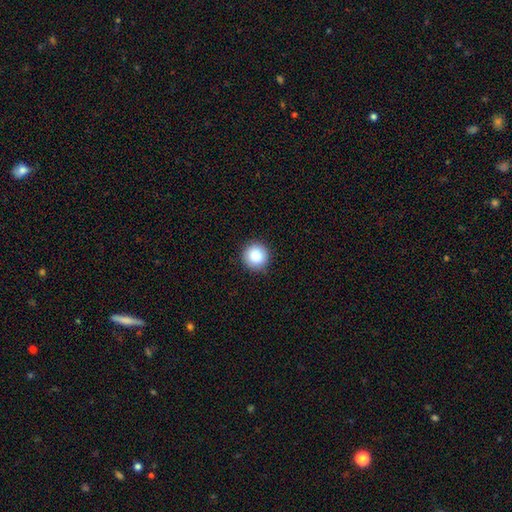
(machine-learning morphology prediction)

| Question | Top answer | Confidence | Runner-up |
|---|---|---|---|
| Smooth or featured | smooth | 88% | star or artifact (8%) |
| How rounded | round | 95% | in between (4%) |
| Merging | none | 91% | minor disturbance (7%) |